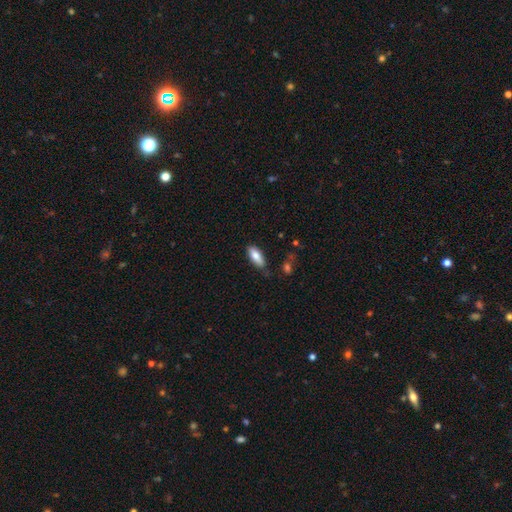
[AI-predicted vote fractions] Overall: smooth (81%). How rounded: in between (77%). Merging: none (77%).